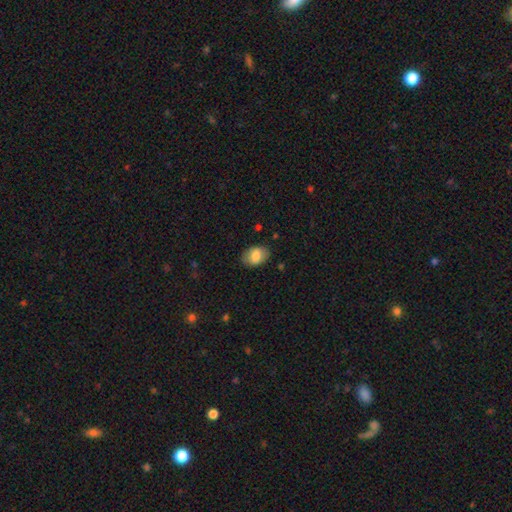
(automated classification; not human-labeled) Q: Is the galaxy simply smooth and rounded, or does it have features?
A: smooth — 79%.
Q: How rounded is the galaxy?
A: in between — 84%.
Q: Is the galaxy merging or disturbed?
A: none — 84%.